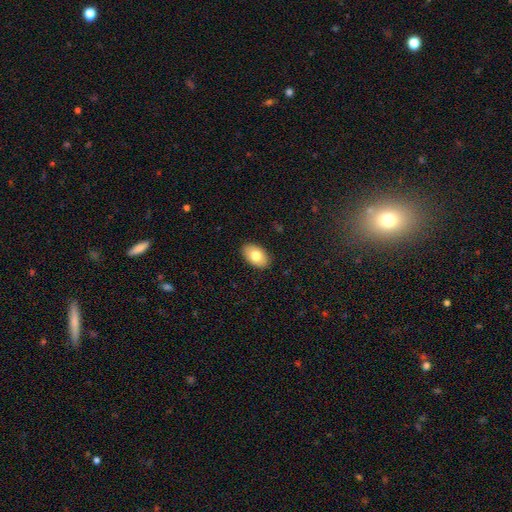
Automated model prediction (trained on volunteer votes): smooth-or-featured: smooth: 78% | featured or disk: 15% | star or artifact: 7%
  how-rounded: in between: 91% | round: 8% | cigar-shaped: 1%
  merging: none: 89% | minor disturbance: 8% | major disturbance: 2% | merger: 1%